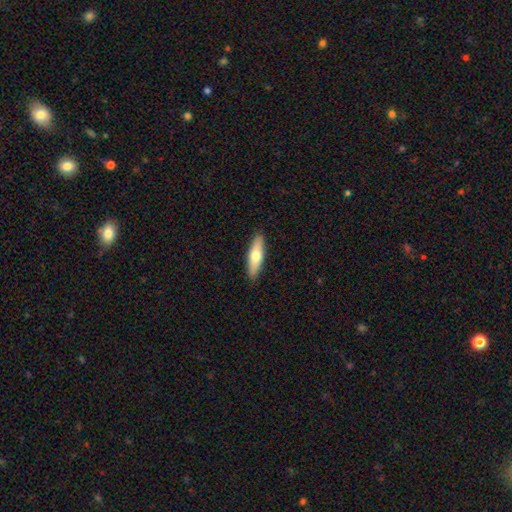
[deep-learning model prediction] smooth-or-featured: smooth: 64% | featured or disk: 31% | star or artifact: 5%
  how-rounded: cigar-shaped: 61% | in between: 37% | round: 2%
  merging: none: 90% | minor disturbance: 8% | major disturbance: 2% | merger: 1%